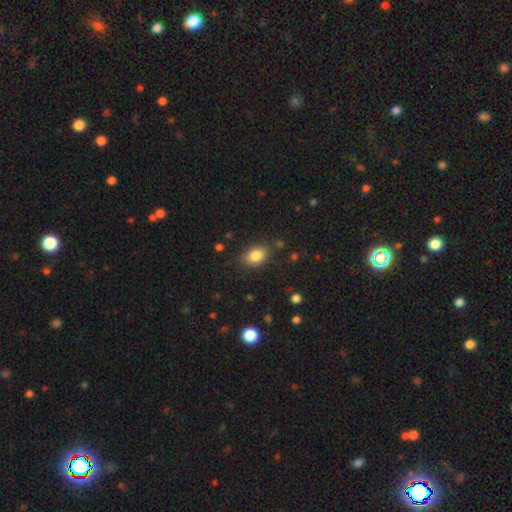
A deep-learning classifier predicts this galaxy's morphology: Smooth or featured? Predicted: smooth (p=0.84). How rounded? Predicted: in between (p=0.78). Merging? Predicted: none (p=0.81).